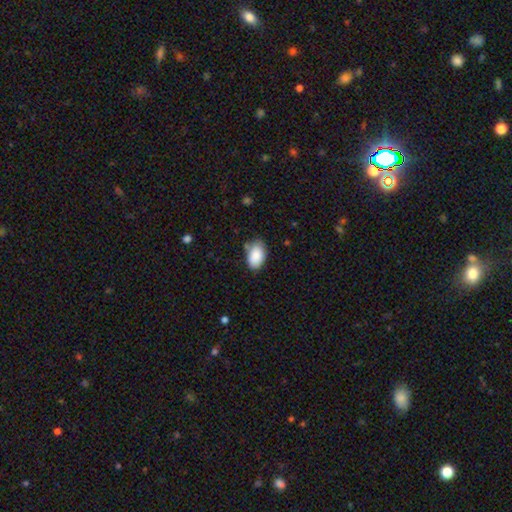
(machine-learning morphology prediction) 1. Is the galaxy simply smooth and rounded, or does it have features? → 89% smooth, 7% star or artifact, 5% featured or disk.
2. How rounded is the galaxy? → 93% in between, 6% round, 1% cigar-shaped.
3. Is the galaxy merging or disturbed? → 75% none, 19% minor disturbance, 4% major disturbance, 3% merger.